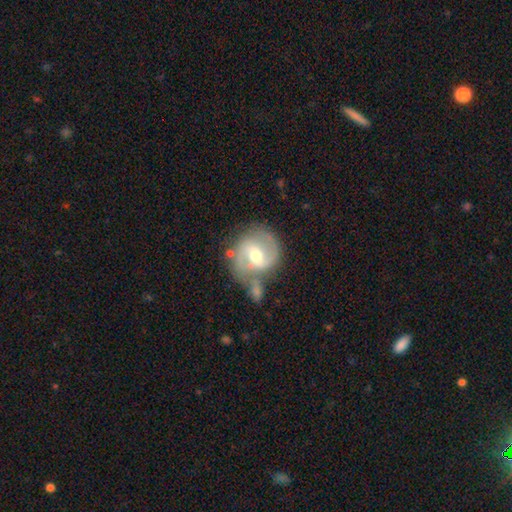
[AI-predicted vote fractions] Q: Smooth or featured?
A: featured or disk (78%); runner-up: smooth (16%)
Q: Edge-on disk?
A: no (97%); runner-up: yes (3%)
Q: Bar?
A: weak (48%); runner-up: no (28%)
Q: Spiral arms?
A: yes (90%); runner-up: no (10%)
Q: Spiral winding?
A: medium (53%); runner-up: tight (25%)
Q: Spiral arm count?
A: 2 (86%); runner-up: can't tell (7%)
Q: Bulge size?
A: moderate (66%); runner-up: small (28%)
Q: Merging?
A: none (52%); runner-up: merger (19%)